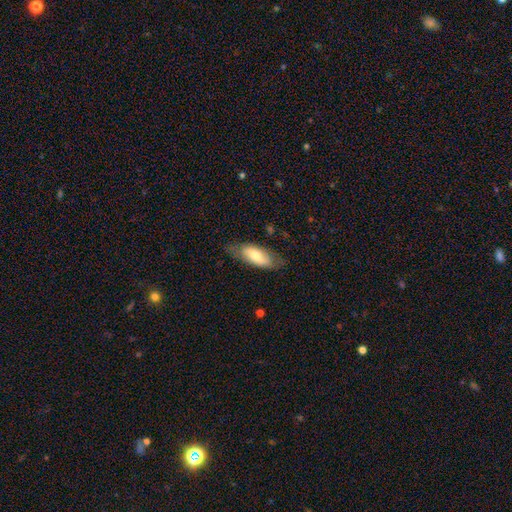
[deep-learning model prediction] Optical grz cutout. It shows a smooth galaxy with no disk features (67%) that is in between round and cigar-shaped (80%). Merging: none (71%).